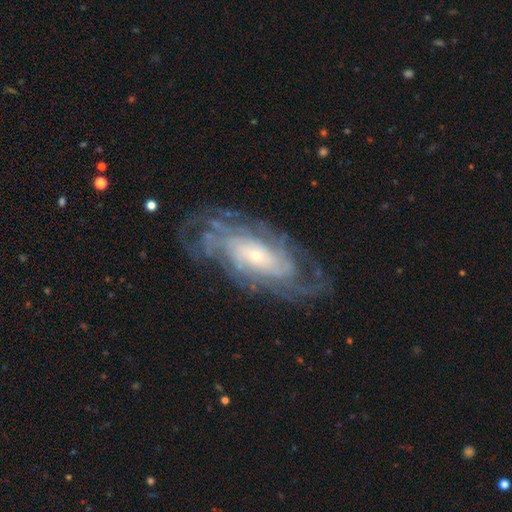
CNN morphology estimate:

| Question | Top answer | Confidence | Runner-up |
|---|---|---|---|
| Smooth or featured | featured or disk | 86% | smooth (8%) |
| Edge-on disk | no | 93% | yes (7%) |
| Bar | no | 72% | weak (20%) |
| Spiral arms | yes | 95% | no (5%) |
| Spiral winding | tight | 72% | medium (22%) |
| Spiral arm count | can't tell | 37% | more than 4 (20%) |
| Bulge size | small | 76% | moderate (18%) |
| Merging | none | 76% | minor disturbance (15%) |